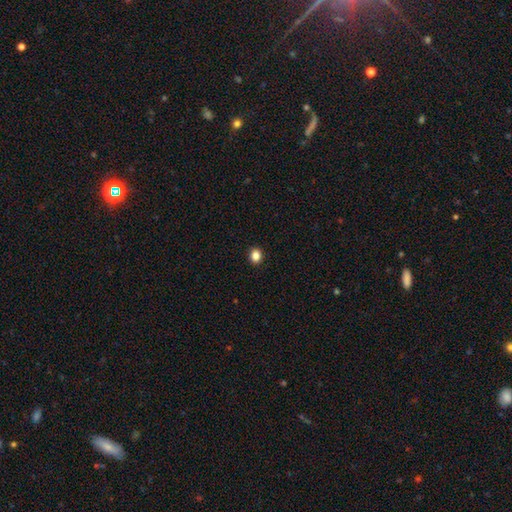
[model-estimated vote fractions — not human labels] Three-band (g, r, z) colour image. It shows a smooth galaxy with no disk features (85%) that is round (70%). Merging: none (93%).